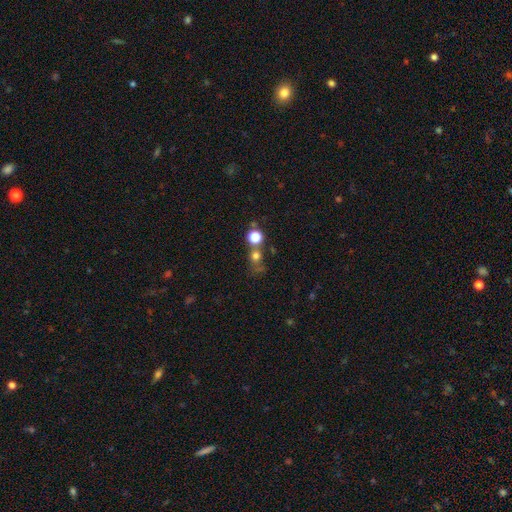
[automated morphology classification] Q: Smooth or featured?
A: smooth (66%); runner-up: star or artifact (23%)
Q: How rounded?
A: round (86%); runner-up: in between (13%)
Q: Merging?
A: none (54%); runner-up: merger (30%)